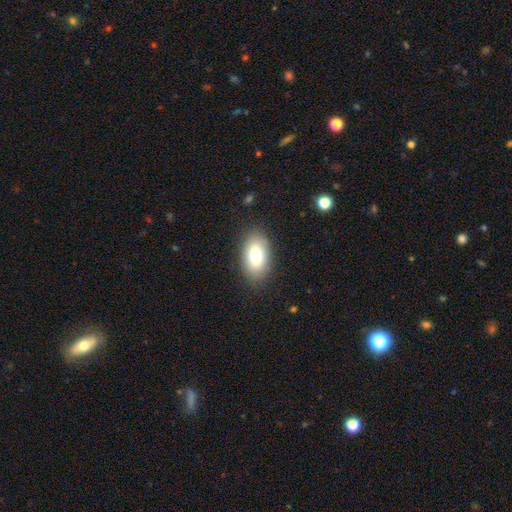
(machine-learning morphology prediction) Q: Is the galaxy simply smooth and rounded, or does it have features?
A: smooth — 77%.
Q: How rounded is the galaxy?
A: in between — 92%.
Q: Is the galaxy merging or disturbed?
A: none — 85%.